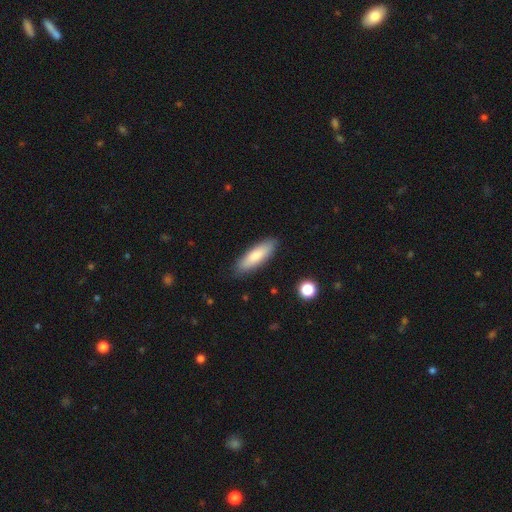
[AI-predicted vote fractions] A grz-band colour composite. It shows a smooth galaxy with no disk features (79%) that is cigar-shaped (53%). Merging: none (86%).